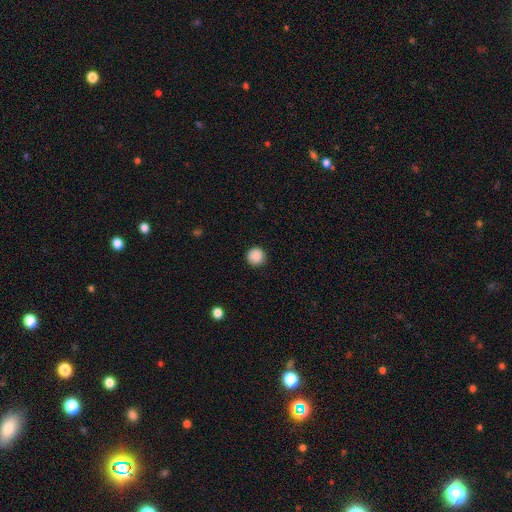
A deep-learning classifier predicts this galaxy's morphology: smooth 89%, star or artifact 9%, featured or disk 2%. Down the decision tree: how rounded — round (96%); merging — none (91%).